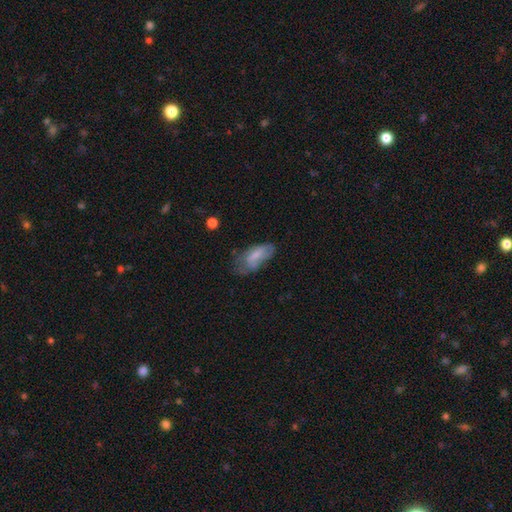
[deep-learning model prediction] Smooth or featured?
  - smooth: 63% *
  - featured or disk: 29%
  - star or artifact: 8%
How rounded?
  - in between: 86% *
  - cigar-shaped: 11%
  - round: 3%
Merging?
  - none: 39% *
  - minor disturbance: 35%
  - major disturbance: 23%
  - merger: 3%